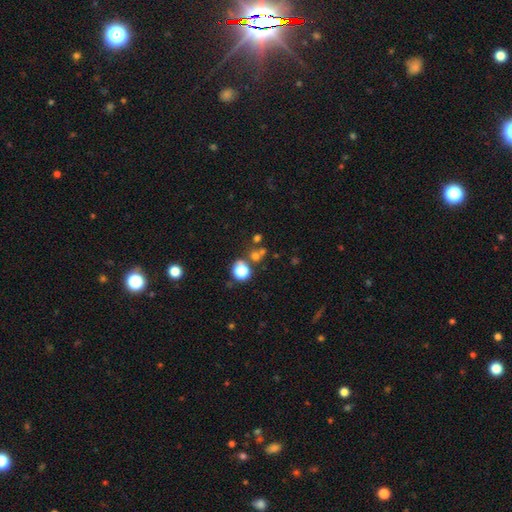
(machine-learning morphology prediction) Smooth or featured? Predicted: smooth (p=0.57). How rounded? Predicted: round (p=0.85). Merging? Predicted: none (p=0.60).